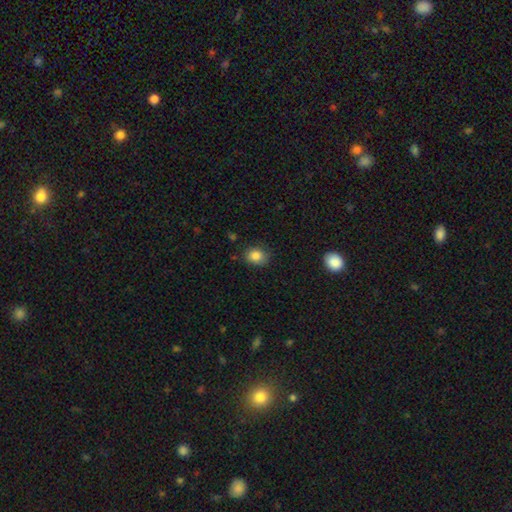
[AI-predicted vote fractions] smooth_or_featured: smooth (p=0.84) [alt: star or artifact p=0.10]
how_rounded: round (p=0.53) [alt: in between p=0.47]
merging: none (p=0.80) [alt: minor disturbance p=0.15]